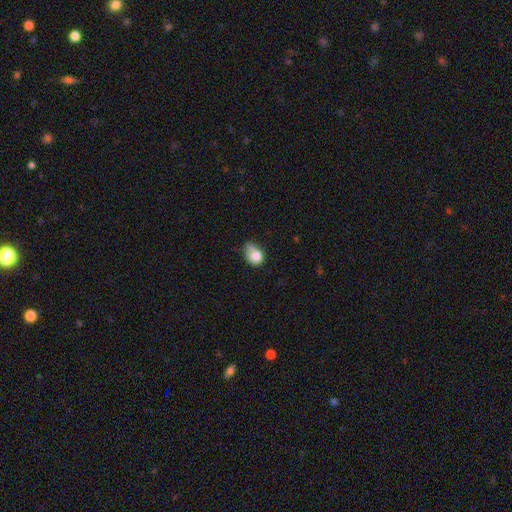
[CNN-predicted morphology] A smooth galaxy with no disk features (76%) that is in between round and cigar-shaped (58%).

Vote fractions:
- Smooth or featured? smooth: 76% / featured or disk: 14% / star or artifact: 10%
- How rounded? in between: 58% / round: 41% / cigar-shaped: 1%
- Merging? minor disturbance: 33% / none: 27% / merger: 21% / major disturbance: 19%